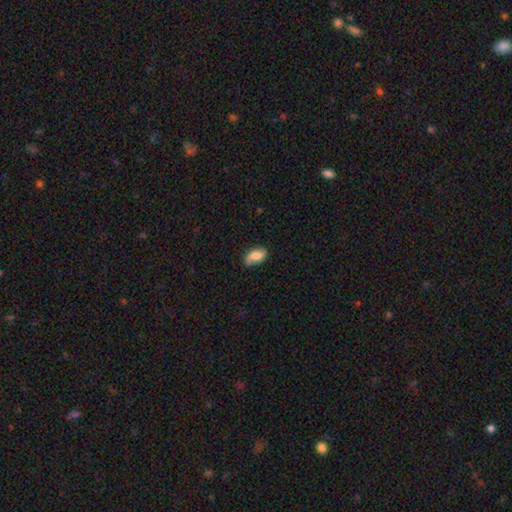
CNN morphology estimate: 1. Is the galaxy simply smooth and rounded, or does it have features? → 71% smooth, 21% featured or disk, 8% star or artifact.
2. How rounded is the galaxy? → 91% in between, 5% round, 4% cigar-shaped.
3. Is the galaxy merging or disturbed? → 71% none, 22% minor disturbance, 5% major disturbance, 2% merger.